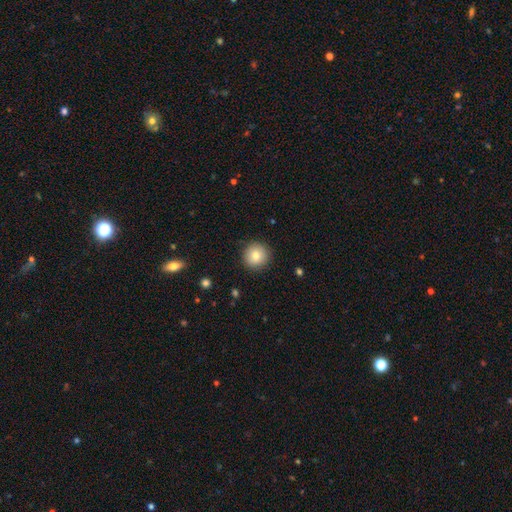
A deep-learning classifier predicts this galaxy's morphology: The model was most divided on "smooth or featured": smooth: 81%, star or artifact: 10%, featured or disk: 9%. More confident: how rounded — round (94%); merging — none (90%).